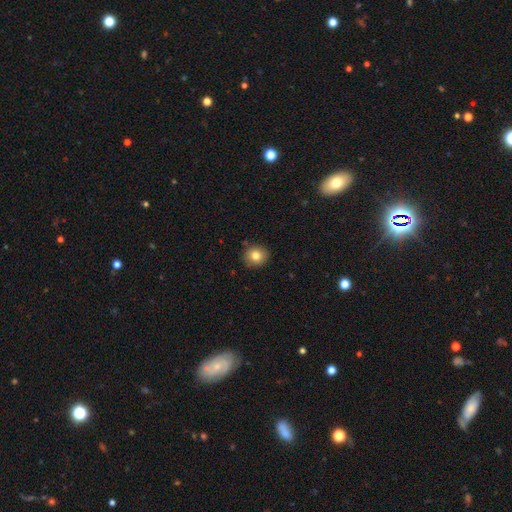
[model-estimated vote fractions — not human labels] smooth-or-featured: smooth: 81% | star or artifact: 10% | featured or disk: 9%
  how-rounded: round: 86% | in between: 14% | cigar-shaped: 1%
  merging: none: 88% | minor disturbance: 8% | major disturbance: 2% | merger: 2%